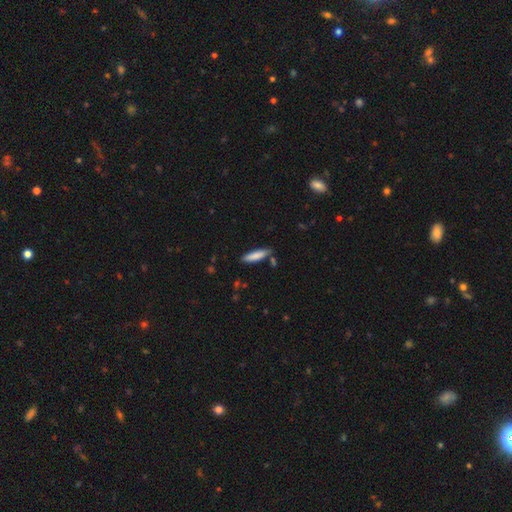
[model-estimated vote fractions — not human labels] Q: Smooth or featured?
A: smooth (82%); runner-up: featured or disk (12%)
Q: How rounded?
A: cigar-shaped (73%); runner-up: in between (25%)
Q: Merging?
A: none (80%); runner-up: minor disturbance (13%)